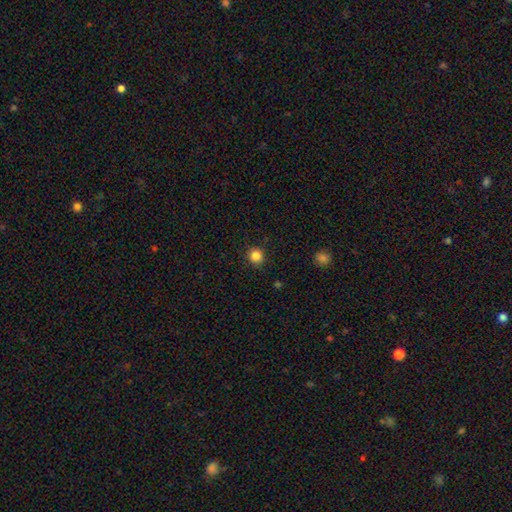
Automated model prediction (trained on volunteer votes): smooth 86%, star or artifact 11%, featured or disk 3%. Down the decision tree: how rounded — round (90%); merging — none (88%).